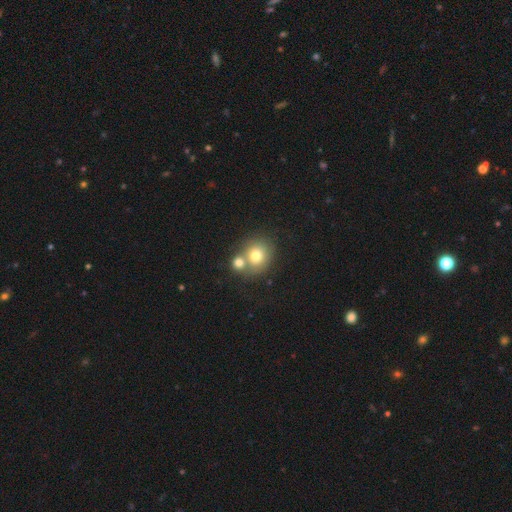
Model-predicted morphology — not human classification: smooth_or_featured: smooth (p=0.74) [alt: featured or disk p=0.15]
how_rounded: round (p=0.78) [alt: in between p=0.22]
merging: merger (p=0.46) [alt: none p=0.42]